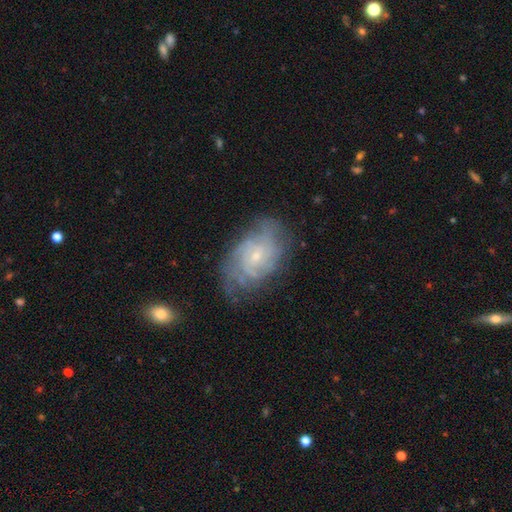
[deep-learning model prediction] Smooth or featured? Predicted: featured or disk (p=0.77). Edge-on disk? Predicted: no (p=0.96). Bar? Predicted: no (p=0.69). Spiral arms? Predicted: yes (p=0.92). Spiral winding? Predicted: tight (p=0.60). Spiral arm count? Predicted: can't tell (p=0.44). Bulge size? Predicted: small (p=0.74). Merging? Predicted: none (p=0.66).